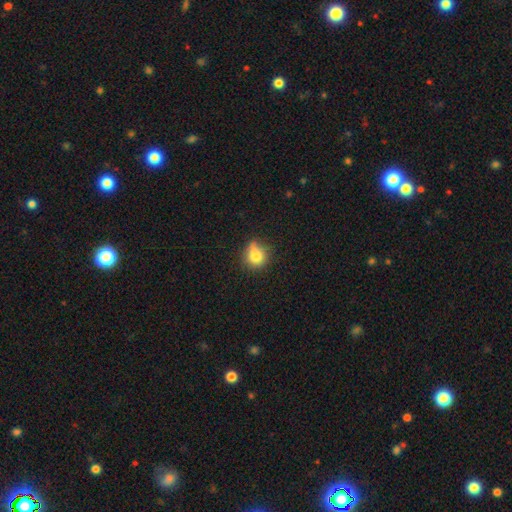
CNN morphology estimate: Overall: smooth (79%). How rounded: round (75%). Merging: none (56%; minor disturbance 30%).